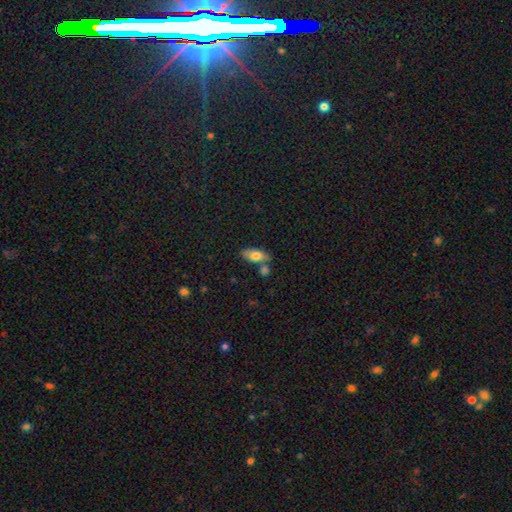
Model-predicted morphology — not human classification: A smooth galaxy with no disk features (74%) that is in between round and cigar-shaped (86%).

Vote fractions:
- Smooth or featured? smooth: 74% / featured or disk: 19% / star or artifact: 7%
- How rounded? in between: 86% / cigar-shaped: 10% / round: 4%
- Merging? none: 62% / merger: 18% / minor disturbance: 15% / major disturbance: 4%